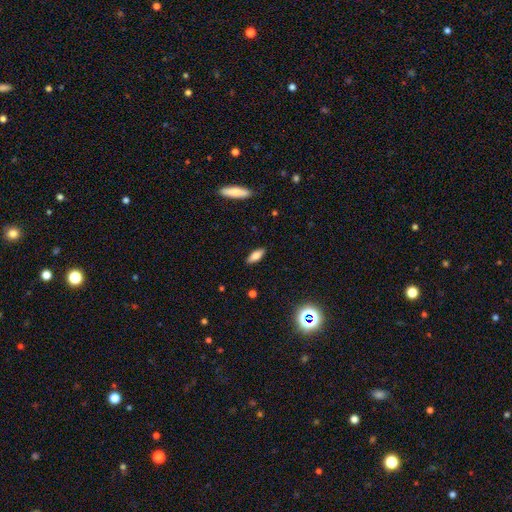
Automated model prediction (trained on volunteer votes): This is likely a smooth galaxy (76%). How rounded: likely in between (72%). Merging: clearly none (89%).